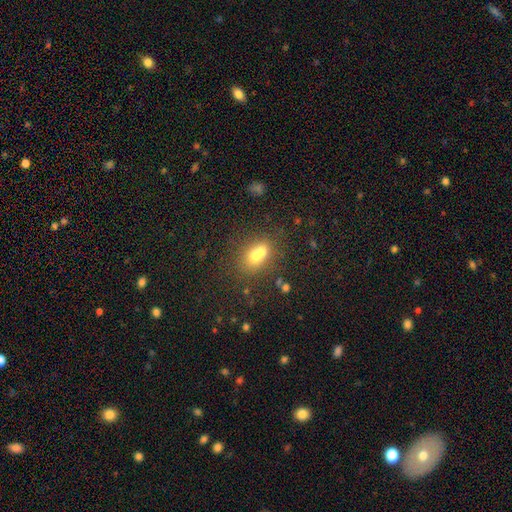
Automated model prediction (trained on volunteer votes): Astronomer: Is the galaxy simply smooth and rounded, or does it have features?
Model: smooth — 65%.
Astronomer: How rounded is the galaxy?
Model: in between — 55% (runner-up: round, 44%).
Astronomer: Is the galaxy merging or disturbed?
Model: merger — 60%.